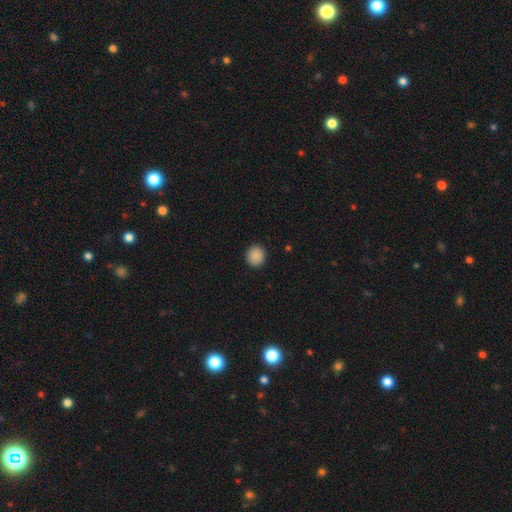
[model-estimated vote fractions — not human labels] smooth-or-featured: smooth: 89% | star or artifact: 9% | featured or disk: 2%
  how-rounded: round: 89% | in between: 10% | cigar-shaped: 1%
  merging: none: 92% | minor disturbance: 6% | major disturbance: 2% | merger: 1%